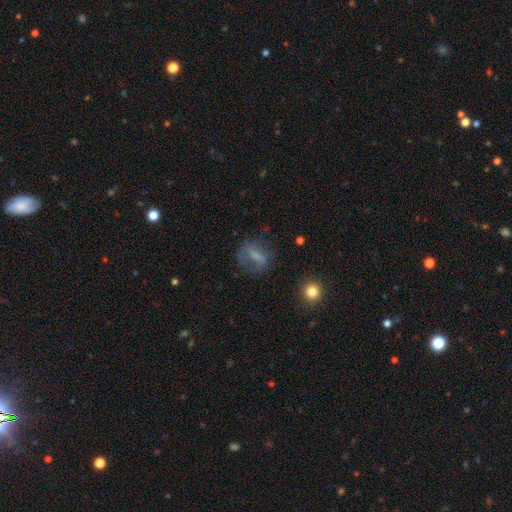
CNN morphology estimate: This appears to be a smooth galaxy with no disk features (53%) that is in between round and cigar-shaped (52%). Merging: none (57%).